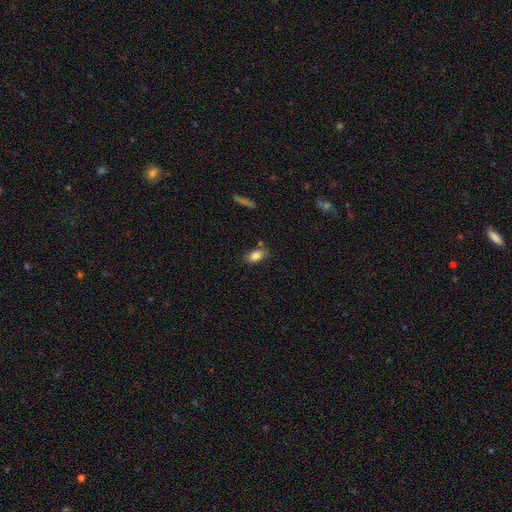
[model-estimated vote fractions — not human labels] The model was most divided on "merging": none: 73%, minor disturbance: 17%, merger: 6%, major disturbance: 4%. More confident: how rounded — in between (88%); smooth or featured — smooth (83%).